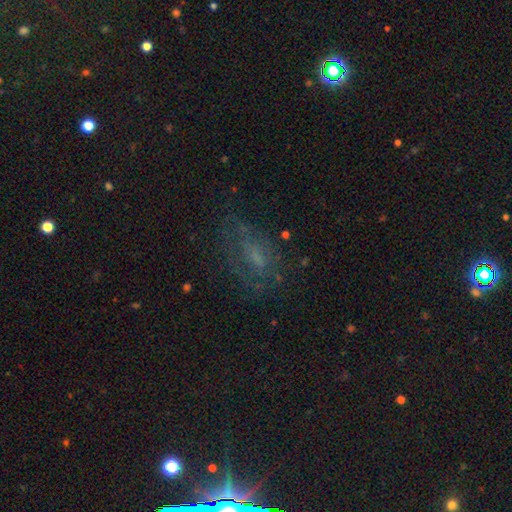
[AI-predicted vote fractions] featured or disk 42%, smooth 40%, star or artifact 18%. Down the decision tree: merging — none (55%).